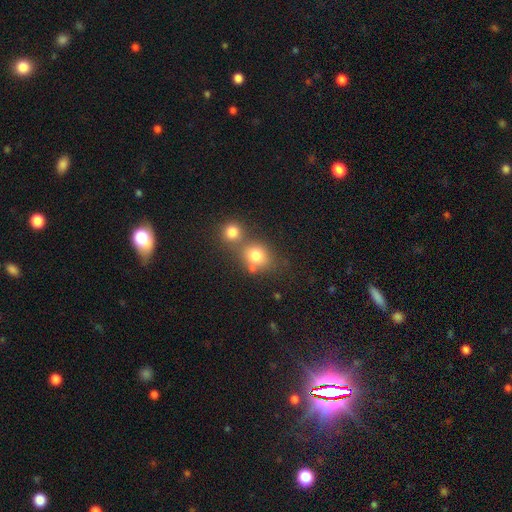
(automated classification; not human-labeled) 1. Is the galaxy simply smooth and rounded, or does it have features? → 77% smooth, 12% star or artifact, 10% featured or disk.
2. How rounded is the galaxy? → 72% round, 27% in between, 1% cigar-shaped.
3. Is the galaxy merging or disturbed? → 46% none, 41% merger, 9% minor disturbance, 4% major disturbance.